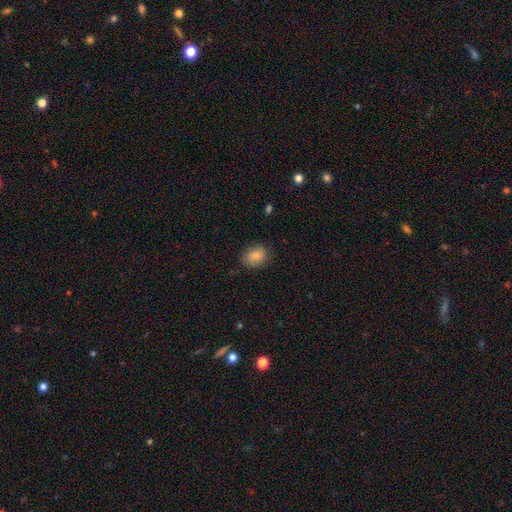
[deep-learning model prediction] This is clearly a smooth galaxy (82%). How rounded: likely in between (64%). Merging: clearly none (81%).